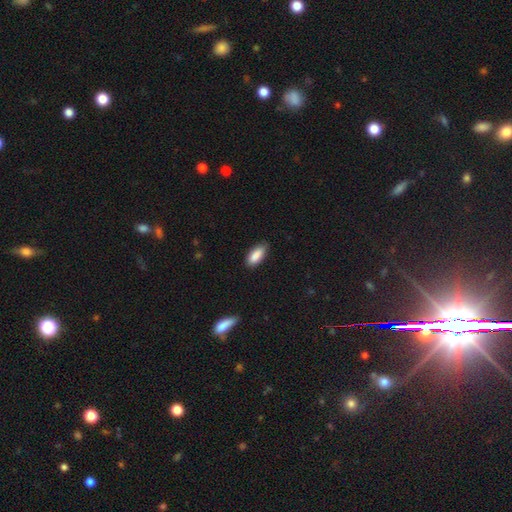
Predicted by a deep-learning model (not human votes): Smooth or featured? smooth (88%)
How rounded? in between (85%)
Merging? none (82%)